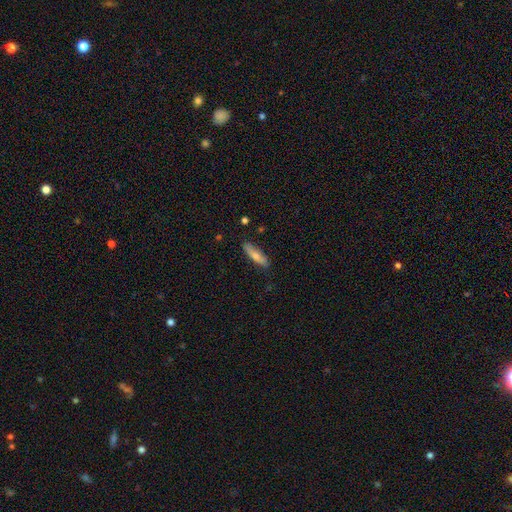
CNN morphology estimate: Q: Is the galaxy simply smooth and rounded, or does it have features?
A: smooth — 70%.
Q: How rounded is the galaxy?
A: cigar-shaped — 70%.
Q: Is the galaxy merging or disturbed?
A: none — 84%.